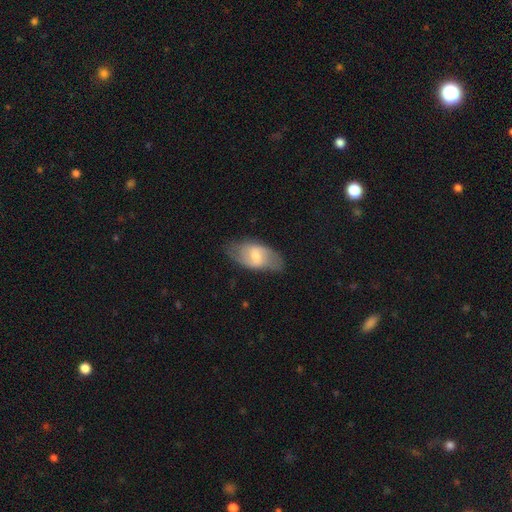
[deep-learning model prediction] Morphology: type=featured or disk (54%); edge-on=no (92%); merging=none (72%).